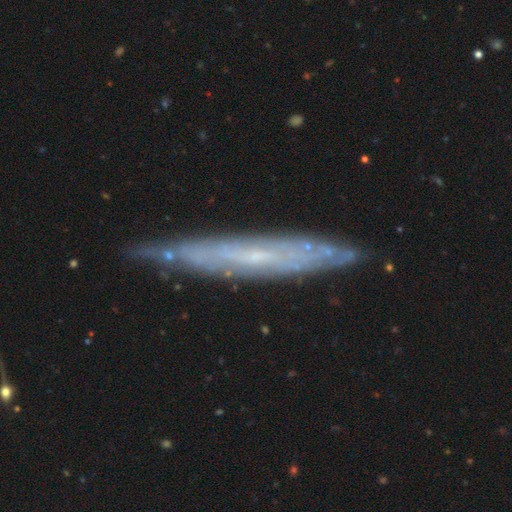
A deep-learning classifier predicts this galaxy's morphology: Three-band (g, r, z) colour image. It shows a featured or disk galaxy (72%) viewed edge-on (65%). Merging: none (78%).